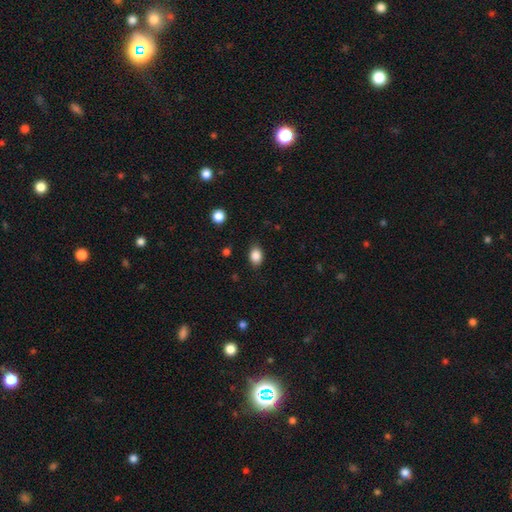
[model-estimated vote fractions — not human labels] Smooth or featured: smooth — 87% (star or artifact — 9%)
How rounded: in between — 72% (round — 27%)
Merging: none — 83% (minor disturbance — 13%)